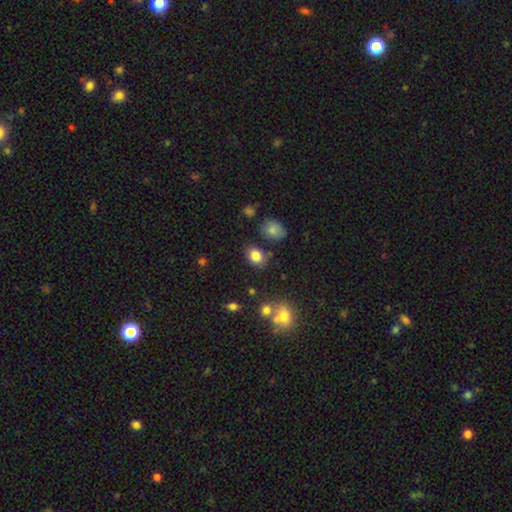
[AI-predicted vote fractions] A smooth galaxy with no disk features (82%) that is in between round and cigar-shaped (73%). Merging: none (77%).